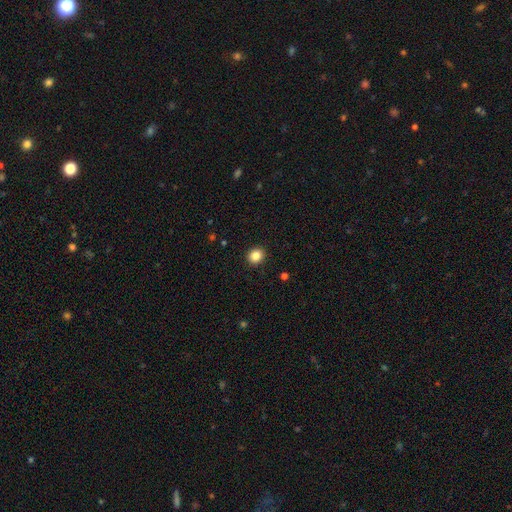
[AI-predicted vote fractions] Overall: smooth (85%). How rounded: round (80%). Merging: none (92%).